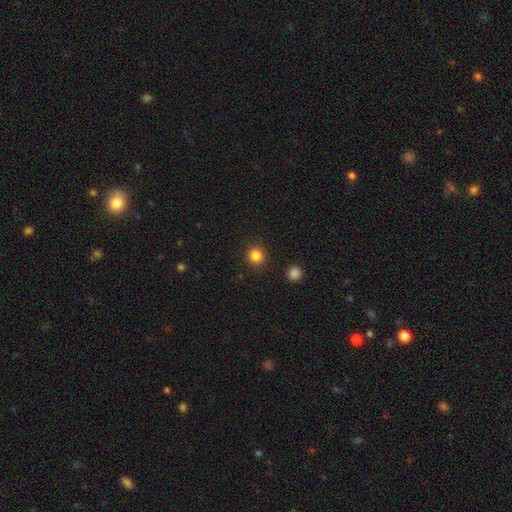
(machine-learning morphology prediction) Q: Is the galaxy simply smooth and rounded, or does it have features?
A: smooth — 85%.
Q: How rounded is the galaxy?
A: round — 94%.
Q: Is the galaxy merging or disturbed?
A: none — 92%.